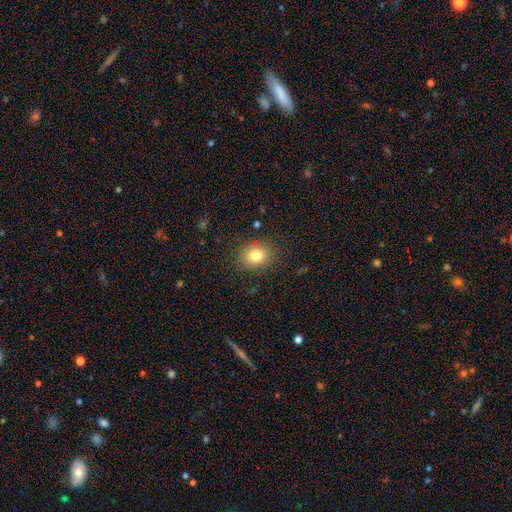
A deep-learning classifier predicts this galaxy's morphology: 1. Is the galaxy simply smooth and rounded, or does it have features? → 79% smooth, 13% star or artifact, 9% featured or disk.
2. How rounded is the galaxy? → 66% round, 33% in between, 1% cigar-shaped.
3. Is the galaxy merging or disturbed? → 86% none, 9% minor disturbance, 3% major disturbance, 1% merger.